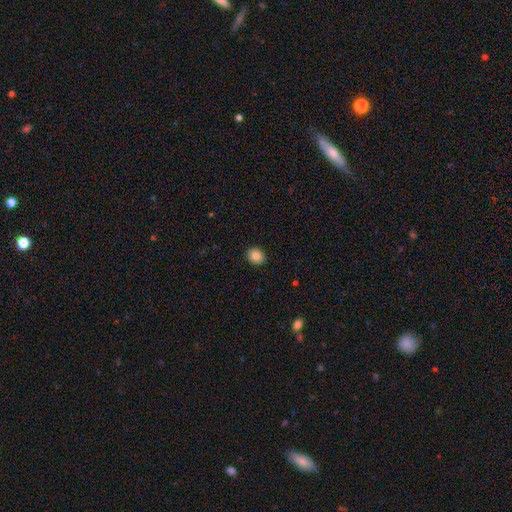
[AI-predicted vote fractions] smooth 85%, star or artifact 9%, featured or disk 6%. Down the decision tree: how rounded — round (71%); merging — none (91%).